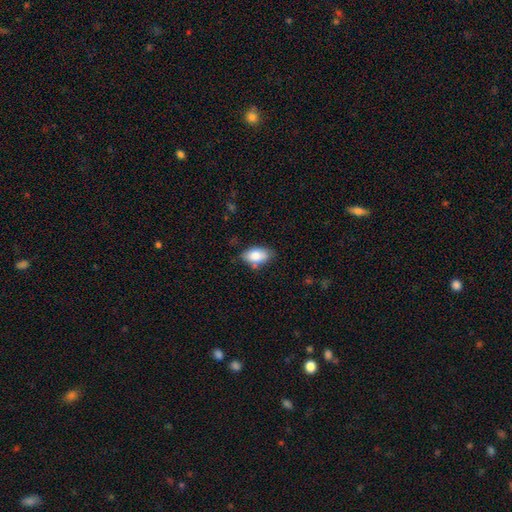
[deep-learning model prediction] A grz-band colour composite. It shows a smooth galaxy with no disk features (83%) that is in between round and cigar-shaped (92%). Merging: none (70%).